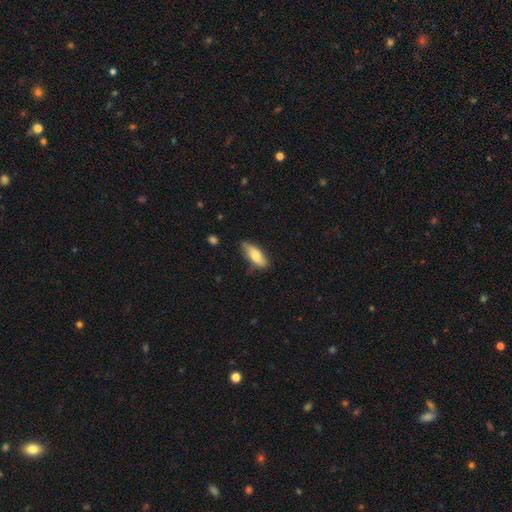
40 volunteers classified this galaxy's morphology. Overall: smooth (68%). How rounded: in between (59%; cigar-shaped 37%). Merging: none (71%).